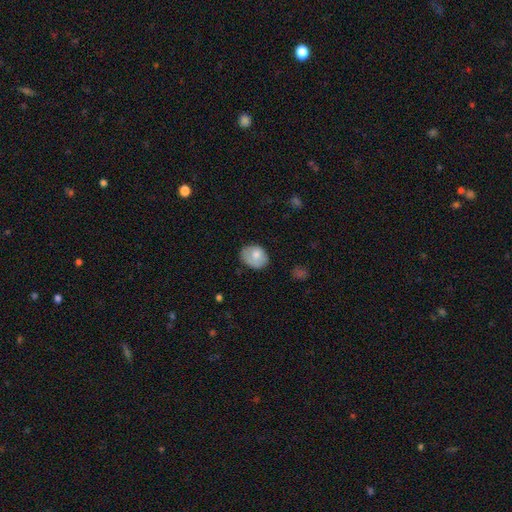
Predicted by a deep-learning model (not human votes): The model was most divided on "how rounded": in between: 57%, round: 42%, cigar-shaped: 1%. More confident: smooth or featured — smooth (74%); merging — none (59%).